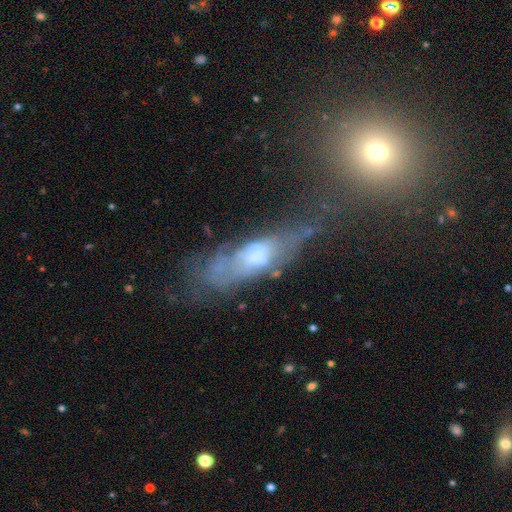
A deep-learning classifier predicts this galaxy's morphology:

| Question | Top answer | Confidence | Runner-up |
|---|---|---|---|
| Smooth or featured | featured or disk | 56% | smooth (33%) |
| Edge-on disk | no | 72% | yes (28%) |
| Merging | major disturbance | 34% | none (31%) |